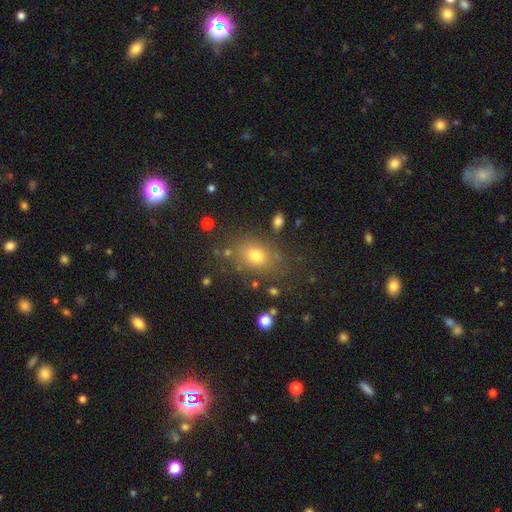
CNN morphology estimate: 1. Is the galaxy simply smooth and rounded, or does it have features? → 73% smooth, 16% star or artifact, 12% featured or disk.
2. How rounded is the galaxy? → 66% in between, 32% round, 2% cigar-shaped.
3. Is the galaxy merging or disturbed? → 77% none, 13% minor disturbance, 5% major disturbance, 4% merger.